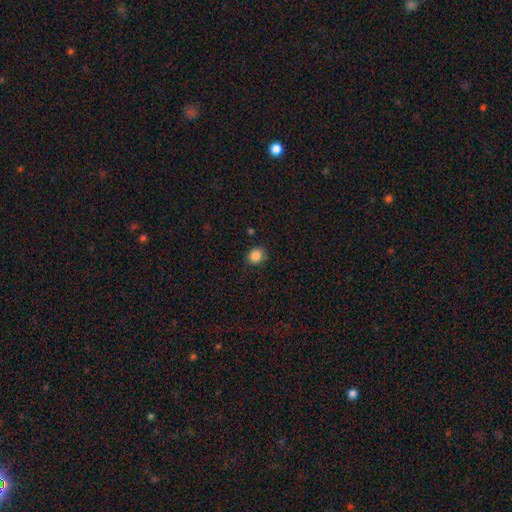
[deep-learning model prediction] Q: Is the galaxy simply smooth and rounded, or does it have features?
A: smooth — 85%.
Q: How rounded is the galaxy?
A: round — 68%.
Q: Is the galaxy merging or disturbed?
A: none — 86%.